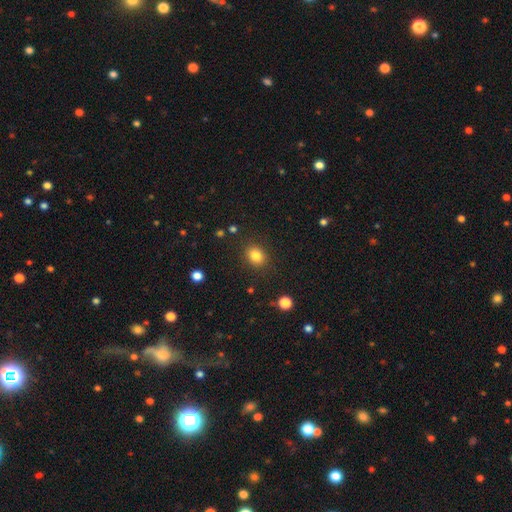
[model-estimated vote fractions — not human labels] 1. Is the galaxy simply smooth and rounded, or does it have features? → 83% smooth, 11% star or artifact, 6% featured or disk.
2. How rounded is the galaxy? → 51% round, 48% in between, 1% cigar-shaped.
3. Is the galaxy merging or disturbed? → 87% none, 9% minor disturbance, 3% major disturbance, 1% merger.